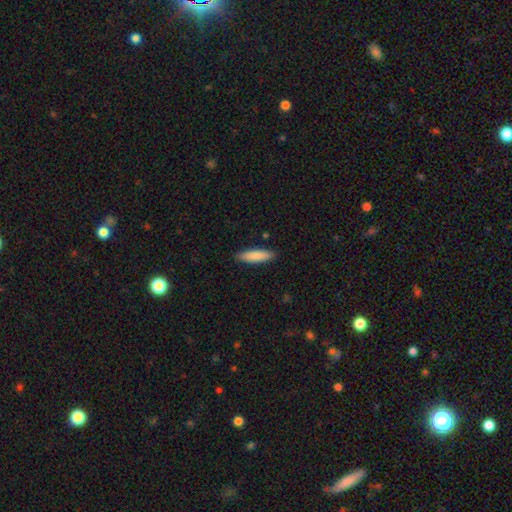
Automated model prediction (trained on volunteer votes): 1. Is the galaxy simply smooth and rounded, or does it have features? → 86% smooth, 8% featured or disk, 5% star or artifact.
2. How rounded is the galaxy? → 64% cigar-shaped, 35% in between, 1% round.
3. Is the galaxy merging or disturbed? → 89% none, 8% minor disturbance, 2% major disturbance, 1% merger.